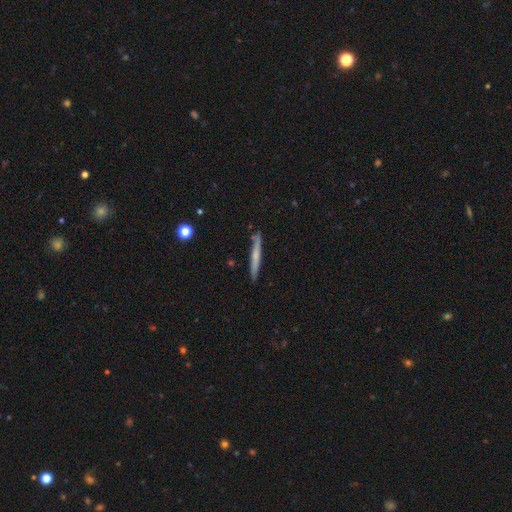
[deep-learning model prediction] smooth-or-featured: smooth: 49% | featured or disk: 45% | star or artifact: 6%
  merging: none: 88% | minor disturbance: 9% | merger: 2% | major disturbance: 2%